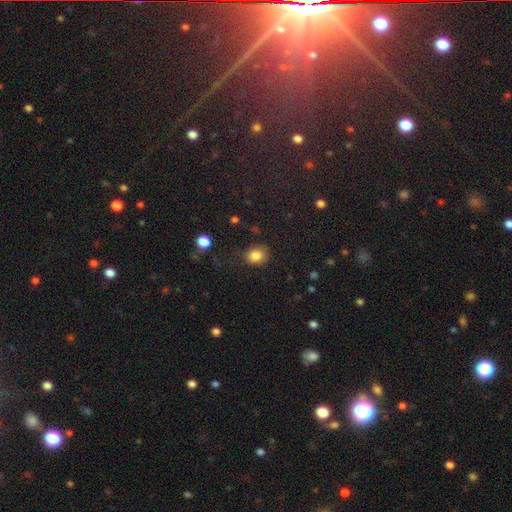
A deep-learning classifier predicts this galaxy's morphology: Smooth or featured: smooth — 84% (star or artifact — 11%)
How rounded: round — 68% (in between — 32%)
Merging: none — 72% (minor disturbance — 20%)